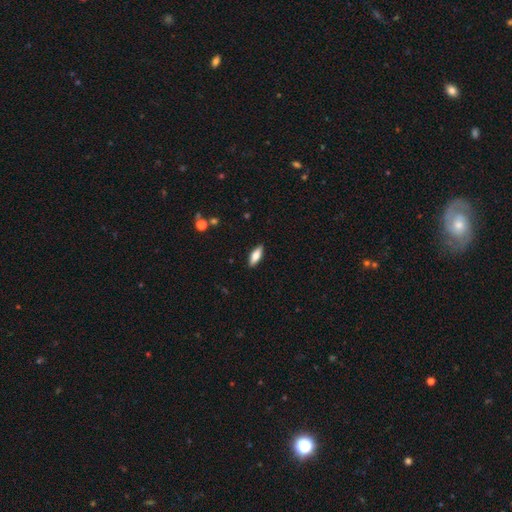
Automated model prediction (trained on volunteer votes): This is likely a smooth galaxy (74%). How rounded: likely in between (67%). Merging: clearly none (89%).